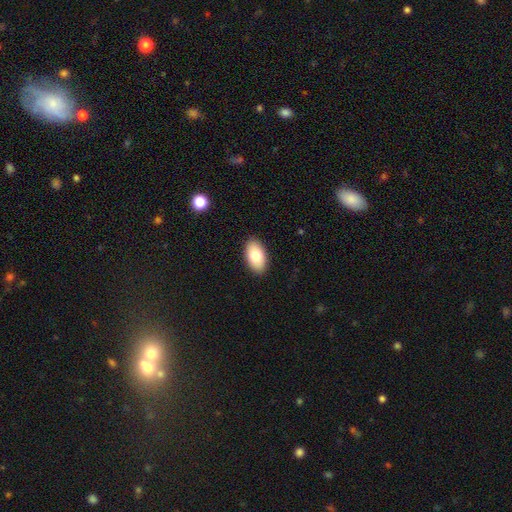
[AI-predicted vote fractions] smooth_or_featured: smooth (p=0.82) [alt: featured or disk p=0.12]
how_rounded: in between (p=0.95) [alt: round p=0.04]
merging: none (p=0.90) [alt: minor disturbance p=0.08]